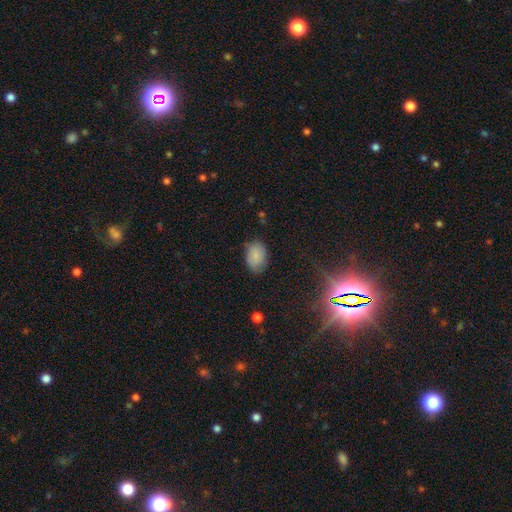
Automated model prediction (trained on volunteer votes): Morphology: type=smooth (84%); roundness=in between (83%); merging=none (74%).